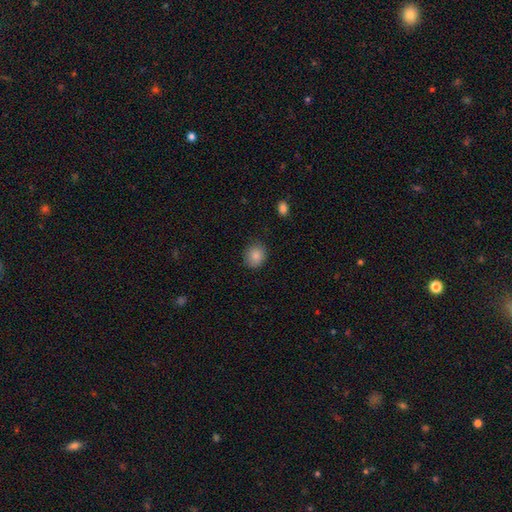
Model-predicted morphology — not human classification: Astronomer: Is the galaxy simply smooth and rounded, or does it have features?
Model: smooth — 86%.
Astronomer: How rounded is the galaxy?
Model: round — 77%.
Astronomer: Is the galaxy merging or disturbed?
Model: none — 86%.